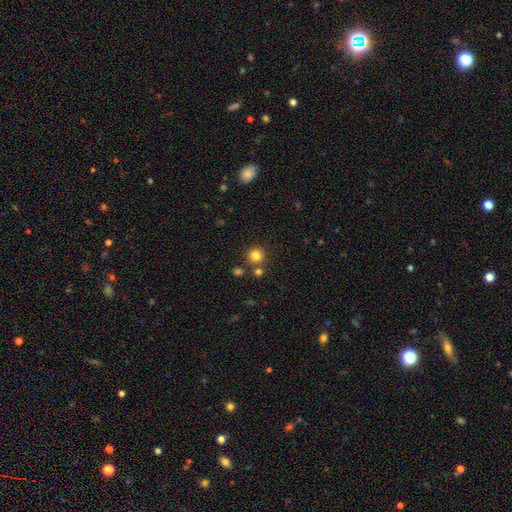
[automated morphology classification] This is clearly a smooth galaxy (81%). How rounded: clearly round (94%). Merging: likely none (79%).